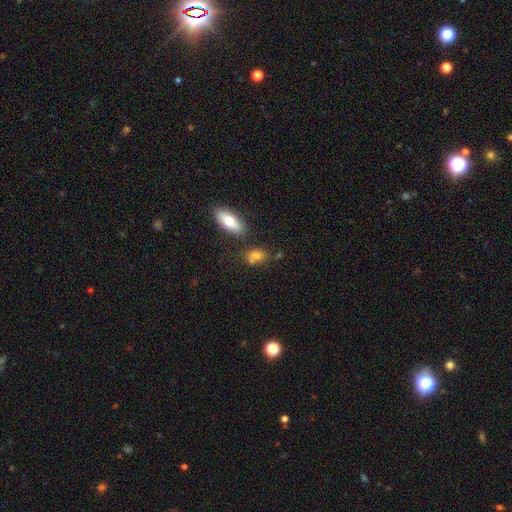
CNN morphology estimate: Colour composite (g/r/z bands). It shows a smooth galaxy with no disk features (76%) that is in between round and cigar-shaped (73%). Merging: none (55%).